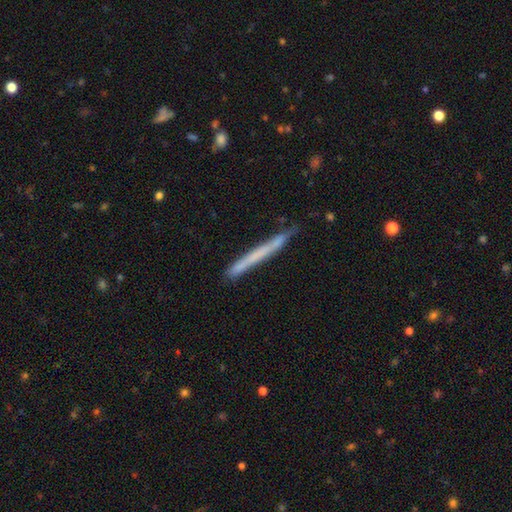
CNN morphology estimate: type=smooth (56%); roundness=cigar-shaped (97%); merging=none (81%).